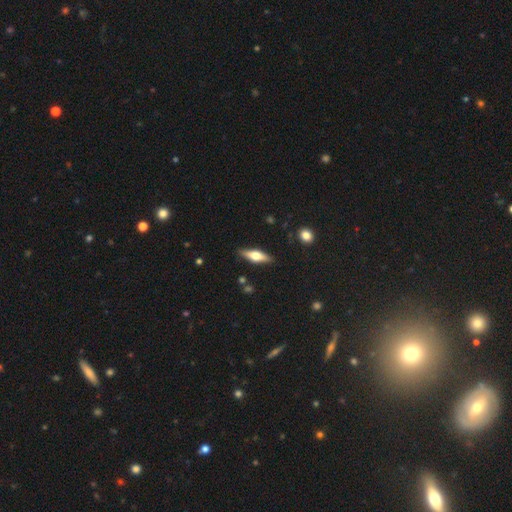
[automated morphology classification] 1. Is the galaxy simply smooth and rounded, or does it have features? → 52% featured or disk, 42% smooth, 6% star or artifact.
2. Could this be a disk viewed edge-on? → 93% yes, 7% no.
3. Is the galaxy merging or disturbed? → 87% none, 9% minor disturbance, 2% major disturbance, 2% merger.